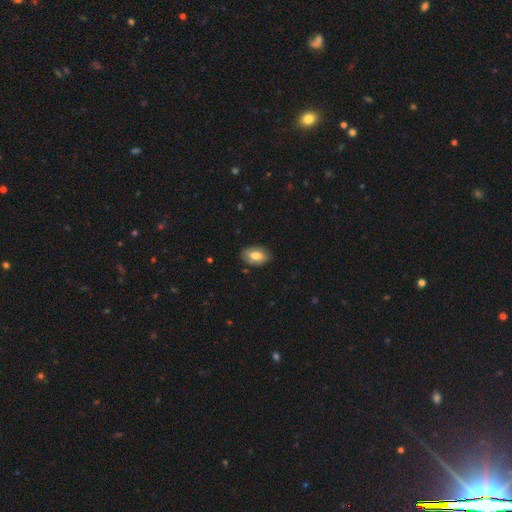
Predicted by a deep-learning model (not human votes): Q: Smooth or featured?
A: smooth (74%); runner-up: featured or disk (19%)
Q: How rounded?
A: in between (91%); runner-up: round (7%)
Q: Merging?
A: none (84%); runner-up: minor disturbance (13%)